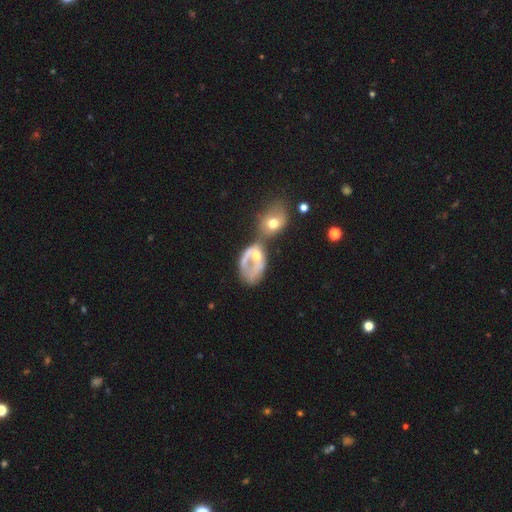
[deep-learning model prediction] Overall: featured or disk (52%; smooth 39%). Edge-on disk: no (96%). Merging: merger (60%; major disturbance 21%).